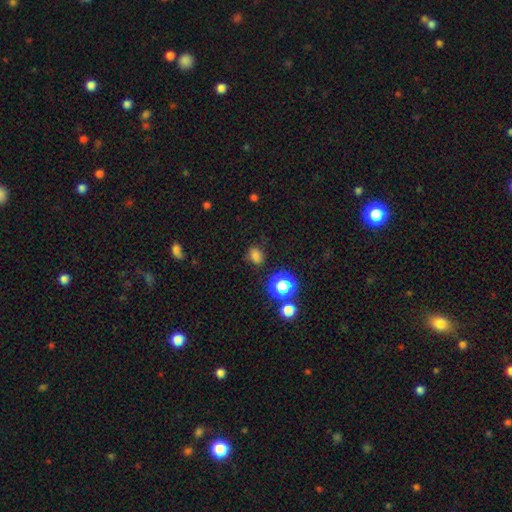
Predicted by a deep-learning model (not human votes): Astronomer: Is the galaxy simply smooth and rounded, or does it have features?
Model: smooth — 76%.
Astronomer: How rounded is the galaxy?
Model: in between — 52% (runner-up: round, 47%).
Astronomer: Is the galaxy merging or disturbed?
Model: none — 81%.